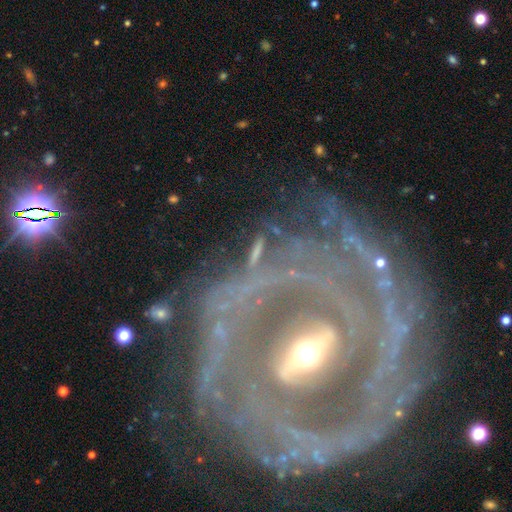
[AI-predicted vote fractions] Smooth or featured? featured or disk (71%)
Edge-on disk? no (70%)
Merging? none (67%)